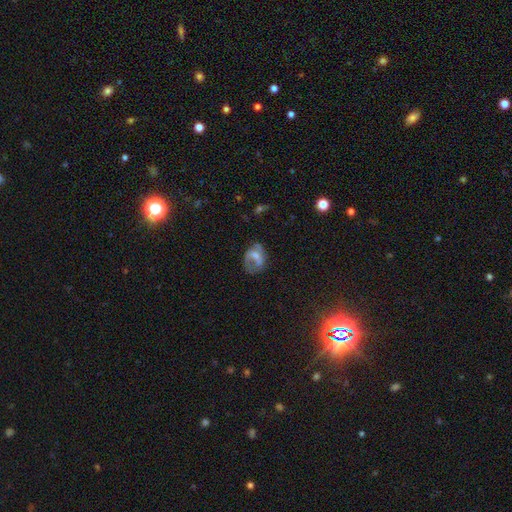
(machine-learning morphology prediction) A featured or disk galaxy (53%) with no bar (45%), no spiral arms (51%) and a moderate central bulge (40%).

Vote fractions:
- Smooth or featured? featured or disk: 53% / smooth: 33% / star or artifact: 15%
- Edge-on disk? no: 96% / yes: 4%
- Bar? no: 45% / weak: 37% / strong: 18%
- Spiral arms? no: 51% / yes: 49%
- Bulge size? moderate: 40% / small: 37% / none: 16% / large: 5% / dominant: 2%
- Merging? none: 48% / minor disturbance: 24% / major disturbance: 23% / merger: 5%